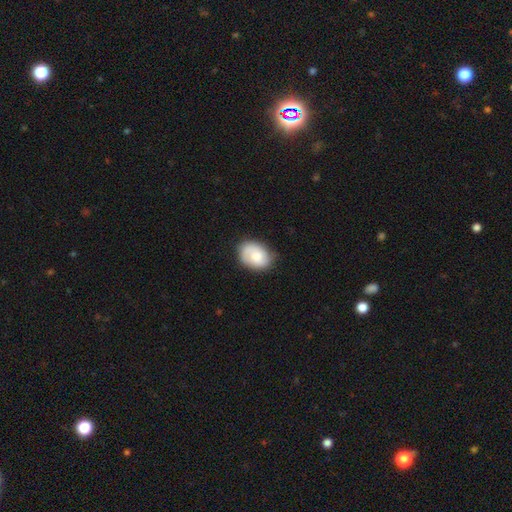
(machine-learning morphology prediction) Smooth or featured? Predicted: smooth (p=0.69). How rounded? Predicted: in between (p=0.75). Merging? Predicted: none (p=0.71).